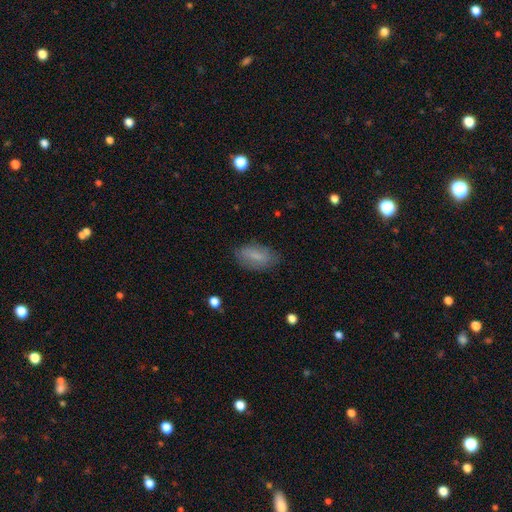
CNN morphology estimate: Smooth or featured?
  - smooth: 76% *
  - featured or disk: 16%
  - star or artifact: 8%
How rounded?
  - in between: 89% *
  - cigar-shaped: 7%
  - round: 4%
Merging?
  - none: 78% *
  - minor disturbance: 16%
  - major disturbance: 4%
  - merger: 1%